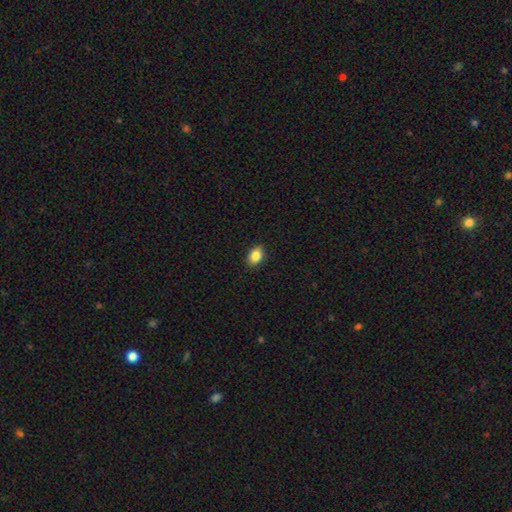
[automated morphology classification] Smooth or featured?
  - smooth: 86% *
  - star or artifact: 9%
  - featured or disk: 5%
How rounded?
  - in between: 77% *
  - round: 22%
  - cigar-shaped: 1%
Merging?
  - none: 90% *
  - minor disturbance: 7%
  - major disturbance: 2%
  - merger: 1%